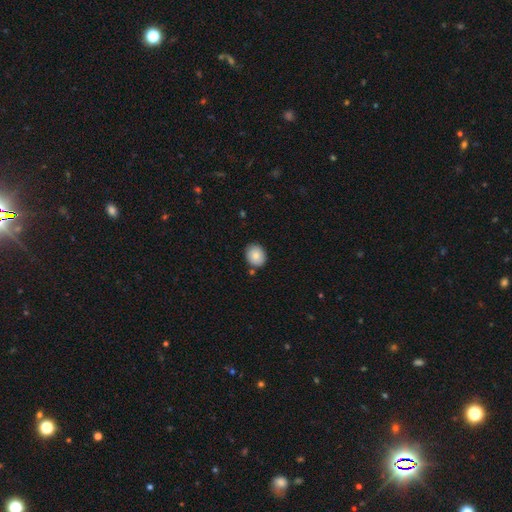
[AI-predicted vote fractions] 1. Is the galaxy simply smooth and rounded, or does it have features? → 84% smooth, 8% featured or disk, 8% star or artifact.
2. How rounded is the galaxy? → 59% round, 40% in between, 1% cigar-shaped.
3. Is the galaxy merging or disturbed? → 84% none, 10% minor disturbance, 4% merger, 2% major disturbance.